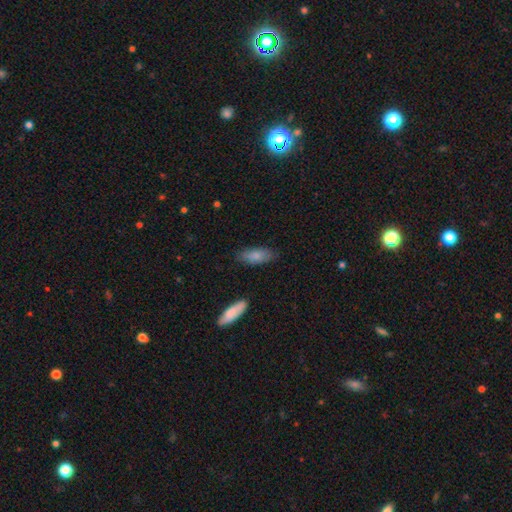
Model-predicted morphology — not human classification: A smooth galaxy with no disk features (83%) that is in between round and cigar-shaped (74%).

Vote fractions:
- Smooth or featured? smooth: 83% / featured or disk: 11% / star or artifact: 6%
- How rounded? in between: 74% / cigar-shaped: 24% / round: 2%
- Merging? none: 80% / minor disturbance: 14% / major disturbance: 3% / merger: 2%